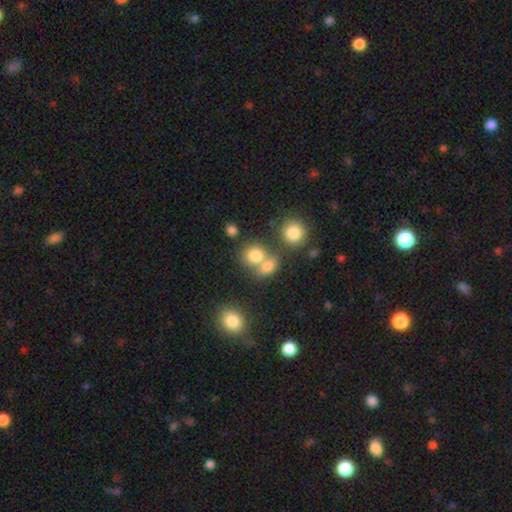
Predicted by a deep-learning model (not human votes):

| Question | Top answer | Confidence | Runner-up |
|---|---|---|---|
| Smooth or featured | smooth | 78% | star or artifact (13%) |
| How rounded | round | 69% | in between (30%) |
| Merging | none | 43% | tied: merger (43%) |